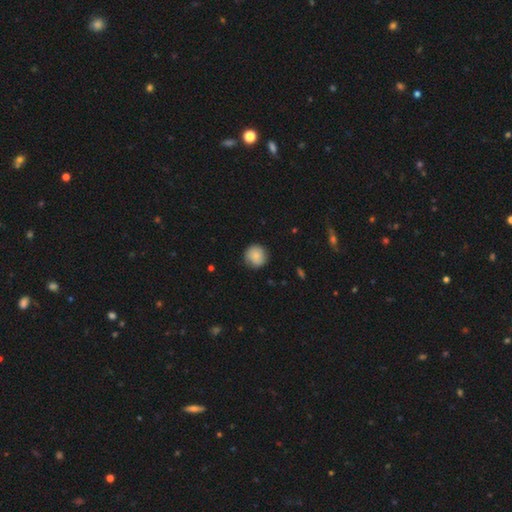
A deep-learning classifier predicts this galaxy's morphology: smooth 81%, featured or disk 12%, star or artifact 7%. Down the decision tree: how rounded — round (93%); merging — none (83%).